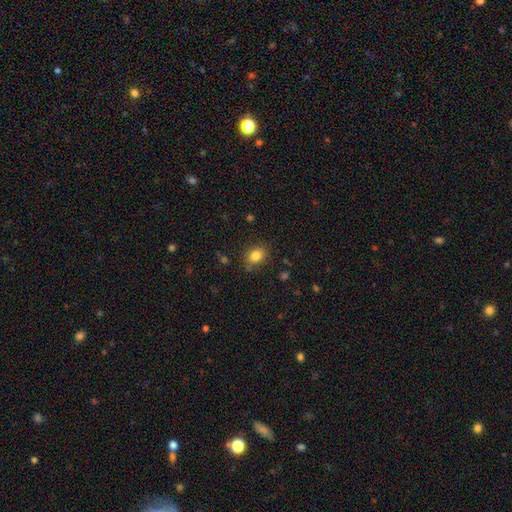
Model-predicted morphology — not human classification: smooth_or_featured: smooth (p=0.83) [alt: star or artifact p=0.11]
how_rounded: in between (p=0.51) [alt: round p=0.48]
merging: none (p=0.81) [alt: minor disturbance p=0.13]